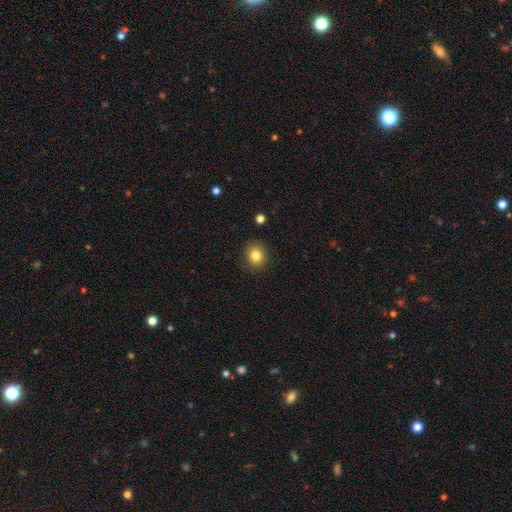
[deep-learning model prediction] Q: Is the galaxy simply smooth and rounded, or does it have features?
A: smooth — 83%.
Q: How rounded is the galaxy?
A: round — 81%.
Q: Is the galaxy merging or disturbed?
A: none — 89%.